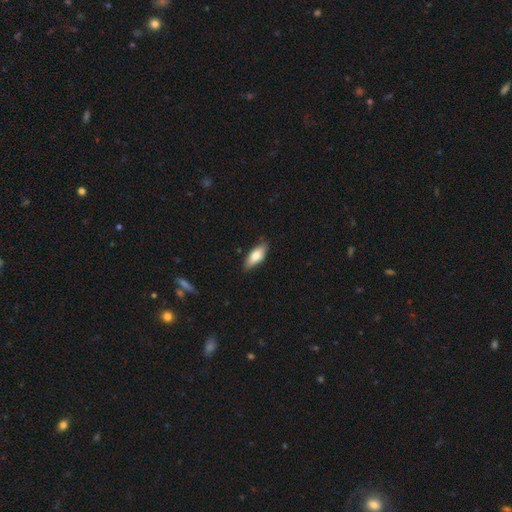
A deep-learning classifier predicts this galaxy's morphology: smooth 72%, featured or disk 22%, star or artifact 6%. Down the decision tree: how rounded — in between (76%); merging — none (82%).